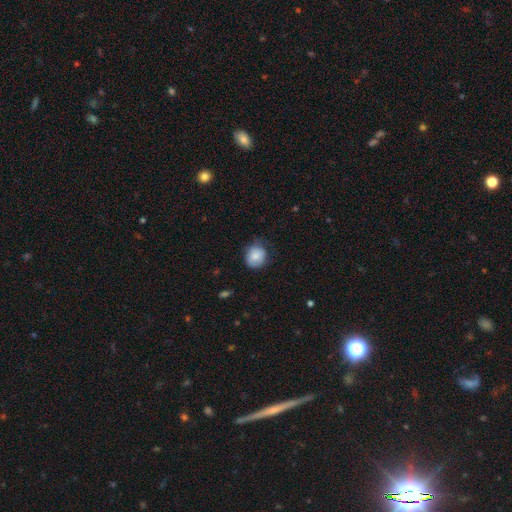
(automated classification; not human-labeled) Smooth or featured: smooth — 82% (featured or disk — 11%)
How rounded: round — 69% (in between — 30%)
Merging: none — 61% (minor disturbance — 29%)